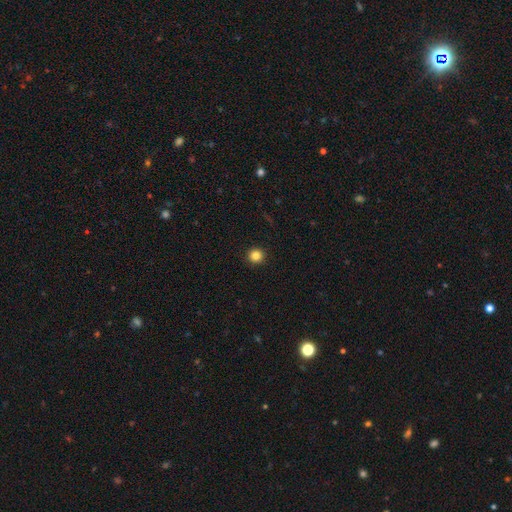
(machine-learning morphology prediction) A smooth galaxy with no disk features (84%) that is round (94%). Merging: none (93%).